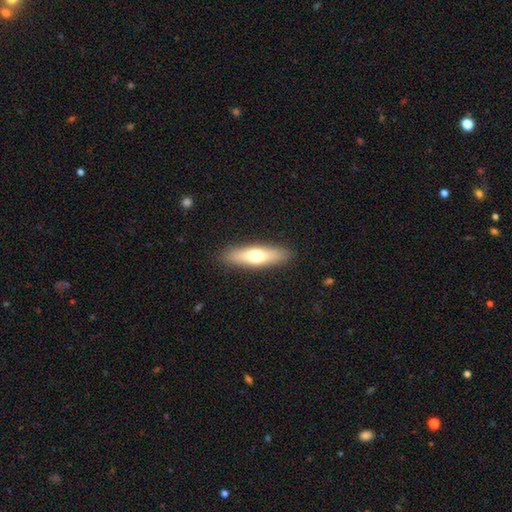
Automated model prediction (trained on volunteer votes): Q: Smooth or featured?
A: smooth (60%); runner-up: featured or disk (34%)
Q: How rounded?
A: cigar-shaped (65%); runner-up: in between (33%)
Q: Merging?
A: none (89%); runner-up: minor disturbance (8%)